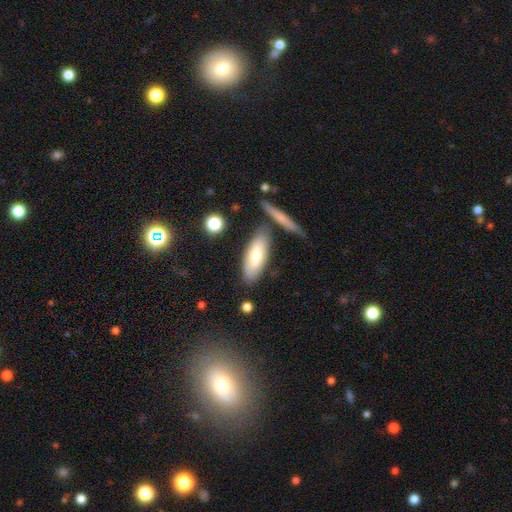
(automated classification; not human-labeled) A smooth galaxy with no disk features (65%) that is in between round and cigar-shaped (67%).

Vote fractions:
- Smooth or featured? smooth: 65% / featured or disk: 28% / star or artifact: 7%
- How rounded? in between: 67% / cigar-shaped: 31% / round: 2%
- Merging? none: 75% / minor disturbance: 14% / merger: 8% / major disturbance: 4%